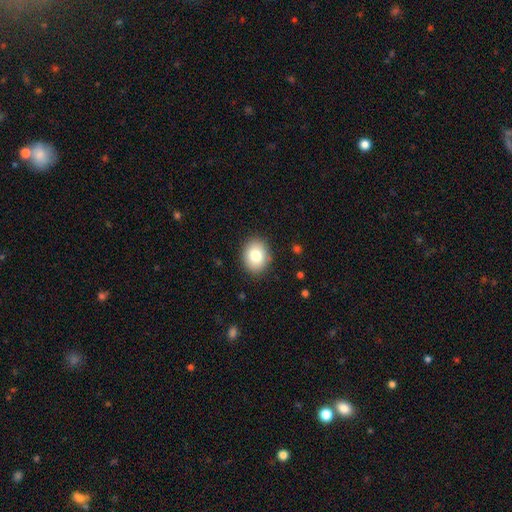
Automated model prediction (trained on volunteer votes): A smooth galaxy with no disk features (82%) that is in between round and cigar-shaped (58%). Merging: none (87%).